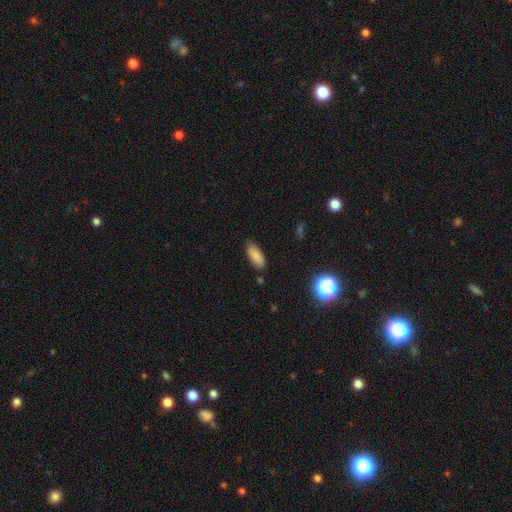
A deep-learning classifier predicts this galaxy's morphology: Smooth or featured? smooth (86%)
How rounded? in between (81%)
Merging? none (83%)